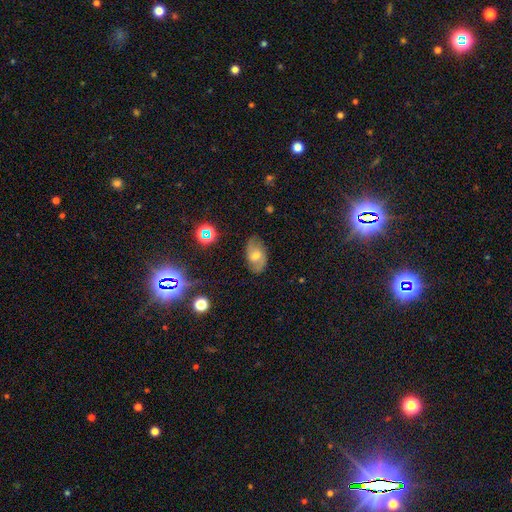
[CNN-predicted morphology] A featured or disk galaxy (47%).

Vote fractions:
- Smooth or featured? featured or disk: 47% / smooth: 42% / star or artifact: 12%
- Merging? none: 77% / minor disturbance: 17% / major disturbance: 5% / merger: 1%